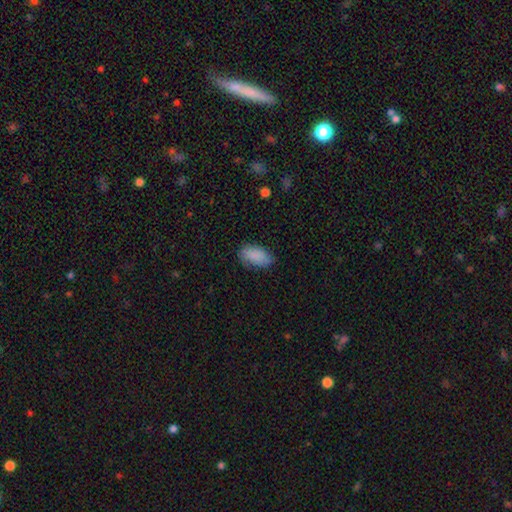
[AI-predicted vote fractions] Morphology: type=smooth (87%); roundness=in between (93%); merging=none (73%).